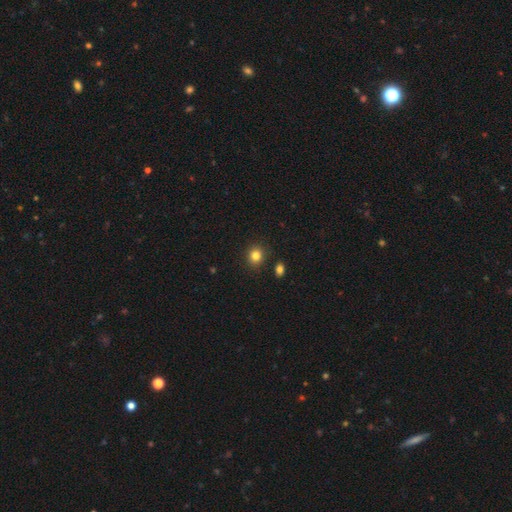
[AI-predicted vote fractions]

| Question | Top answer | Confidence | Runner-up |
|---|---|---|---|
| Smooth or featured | smooth | 83% | star or artifact (11%) |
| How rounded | round | 82% | in between (17%) |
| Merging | none | 87% | minor disturbance (7%) |